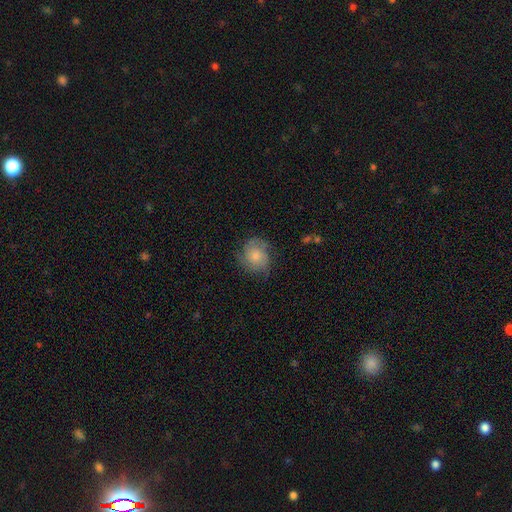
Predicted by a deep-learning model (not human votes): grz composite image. It shows a smooth galaxy with no disk features (48%). Merging: none (66%).